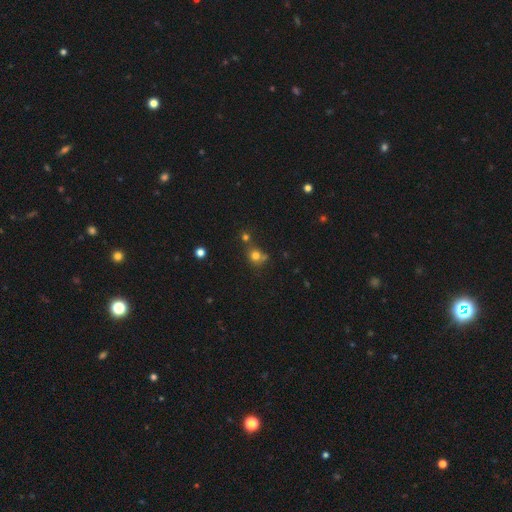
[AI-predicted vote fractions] A smooth galaxy with no disk features (73%) that is round (80%). Merging: none (56%).